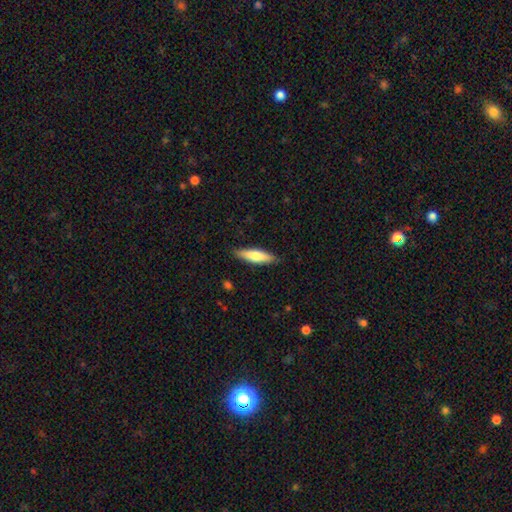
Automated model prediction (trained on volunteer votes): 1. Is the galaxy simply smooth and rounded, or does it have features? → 71% smooth, 24% featured or disk, 5% star or artifact.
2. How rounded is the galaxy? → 67% cigar-shaped, 32% in between, 2% round.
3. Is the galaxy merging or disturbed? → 87% none, 10% minor disturbance, 2% major disturbance, 1% merger.